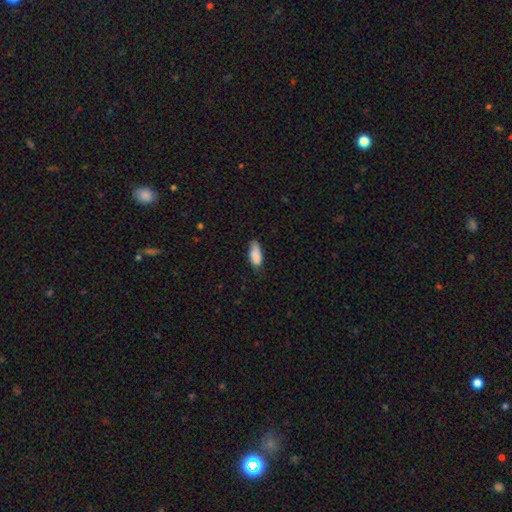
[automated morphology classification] smooth-or-featured: smooth: 87% | star or artifact: 7% | featured or disk: 6%
  how-rounded: in between: 79% | cigar-shaped: 19% | round: 2%
  merging: none: 65% | minor disturbance: 29% | major disturbance: 5% | merger: 2%